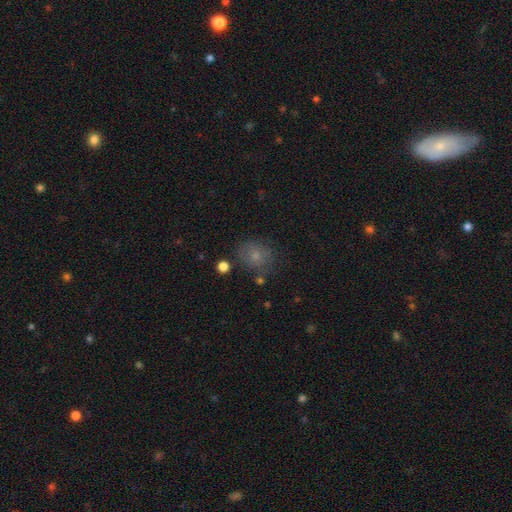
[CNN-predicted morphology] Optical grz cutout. It shows a smooth galaxy with no disk features (70%) that is round (69%). Merging: none (72%).